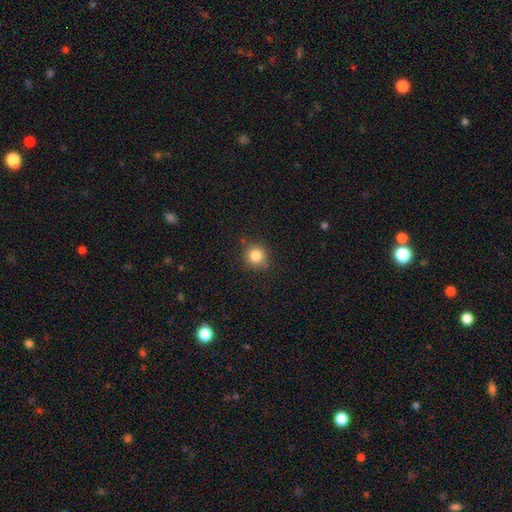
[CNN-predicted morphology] Overall: smooth (83%). How rounded: round (90%). Merging: none (80%).